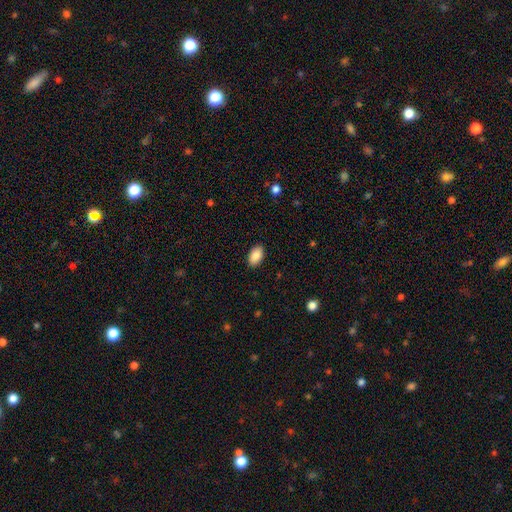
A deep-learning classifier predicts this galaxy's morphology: smooth-or-featured: smooth: 89% | star or artifact: 7% | featured or disk: 4%
  how-rounded: in between: 94% | round: 5% | cigar-shaped: 1%
  merging: none: 90% | minor disturbance: 8% | major disturbance: 2% | merger: 1%